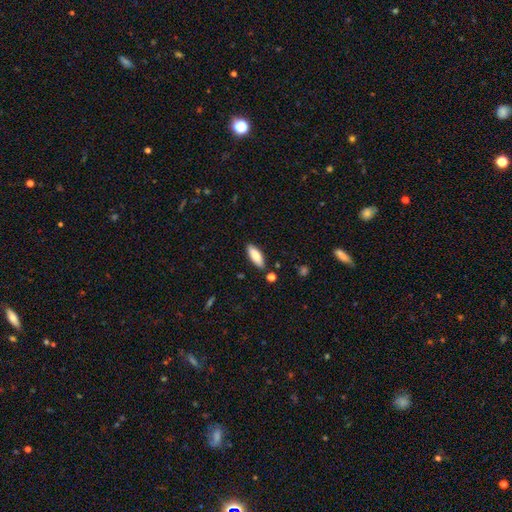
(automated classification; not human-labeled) Q: Smooth or featured?
A: smooth (83%); runner-up: featured or disk (11%)
Q: How rounded?
A: in between (68%); runner-up: cigar-shaped (30%)
Q: Merging?
A: none (86%); runner-up: minor disturbance (9%)